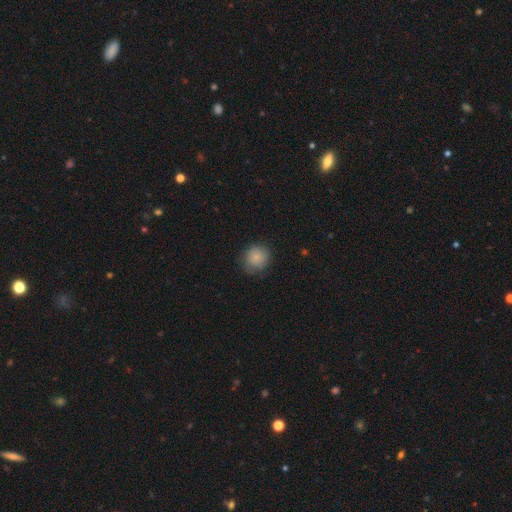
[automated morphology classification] Smooth or featured? smooth (84%)
How rounded? round (87%)
Merging? none (77%)